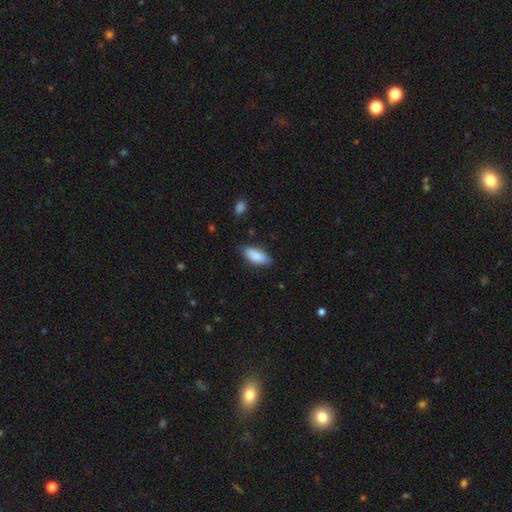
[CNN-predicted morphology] This appears to be a smooth galaxy with no disk features (87%) that is in between round and cigar-shaped (82%). Merging: none (80%).